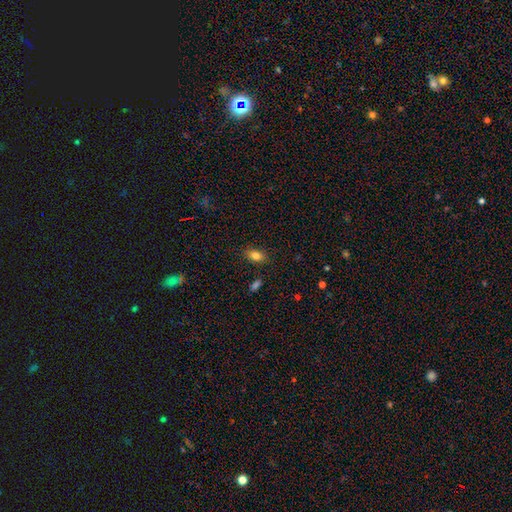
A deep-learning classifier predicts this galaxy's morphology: Smooth or featured? smooth (82%)
How rounded? in between (84%)
Merging? none (84%)